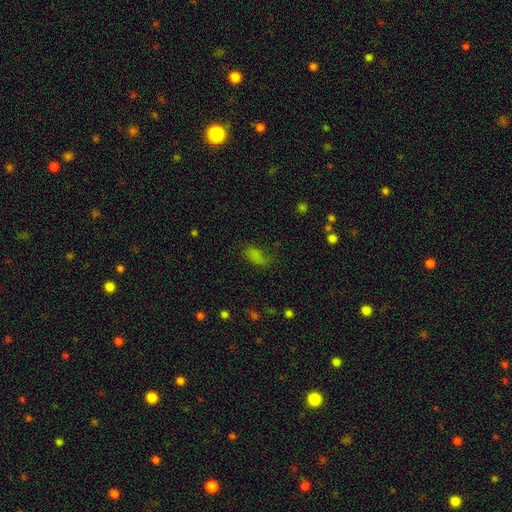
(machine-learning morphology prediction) Smooth or featured?
  - smooth: 71% *
  - star or artifact: 17%
  - featured or disk: 12%
How rounded?
  - in between: 89% *
  - round: 6%
  - cigar-shaped: 5%
Merging?
  - none: 49% *
  - minor disturbance: 28%
  - major disturbance: 20%
  - merger: 3%